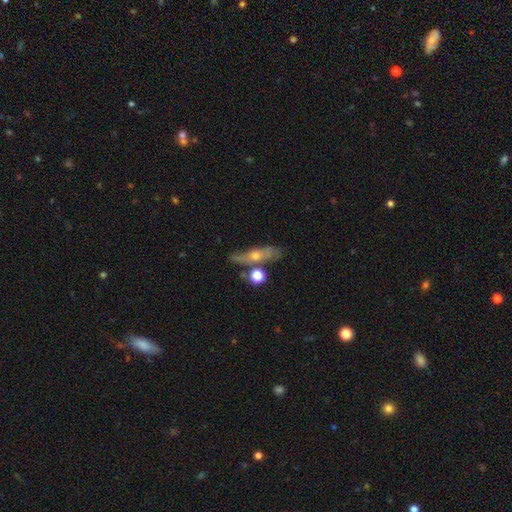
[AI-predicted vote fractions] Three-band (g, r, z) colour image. It shows a featured or disk galaxy (55%) viewed edge-on (58%). Merging: none (61%).